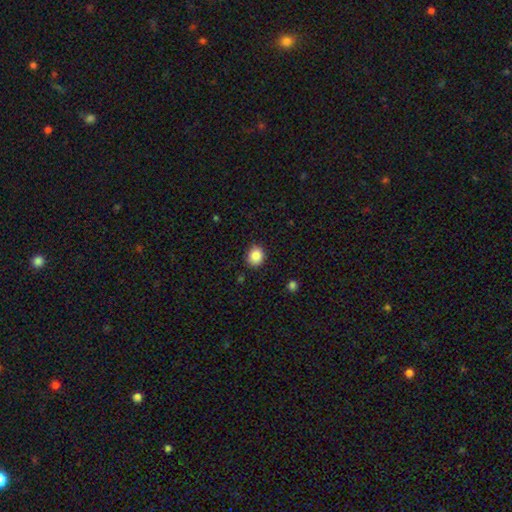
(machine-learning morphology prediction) smooth 86%, star or artifact 9%, featured or disk 4%. Down the decision tree: how rounded — round (69%); merging — none (87%).